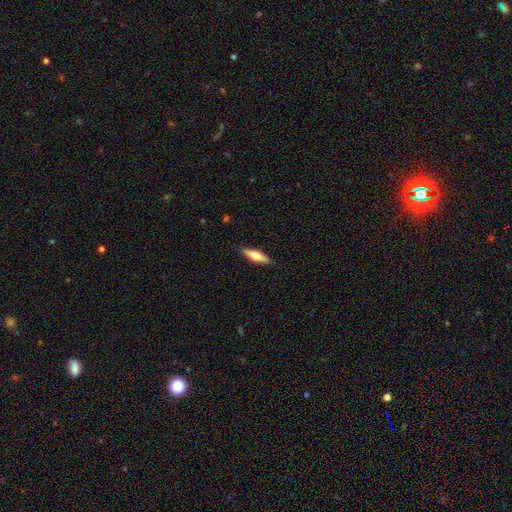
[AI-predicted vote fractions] Q: Smooth or featured?
A: featured or disk (50%); runner-up: smooth (45%)
Q: Merging?
A: none (89%); runner-up: minor disturbance (8%)